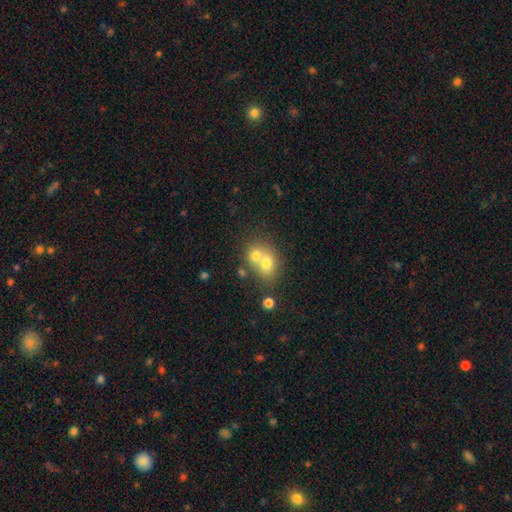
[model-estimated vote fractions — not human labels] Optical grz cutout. It shows a smooth galaxy with no disk features (70%) that is round (58%). Merging: merger (64%).